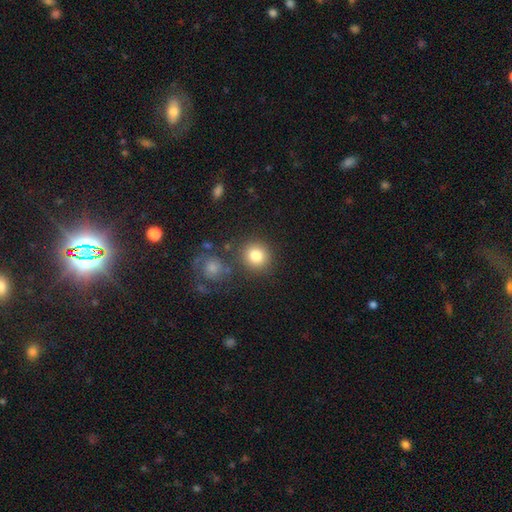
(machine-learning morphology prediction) smooth 83%, star or artifact 10%, featured or disk 8%. Down the decision tree: how rounded — round (89%); merging — none (82%).